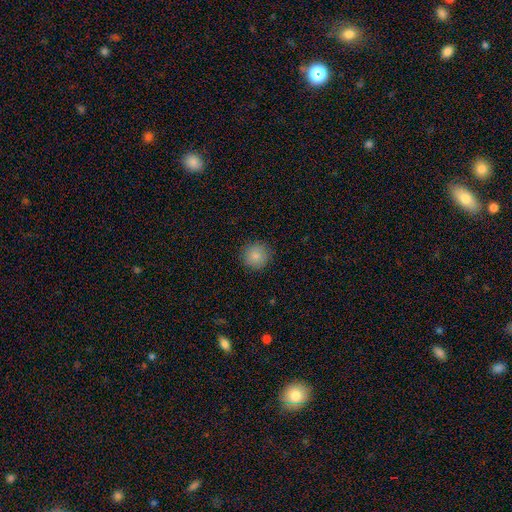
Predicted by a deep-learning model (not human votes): Overall: smooth (86%). How rounded: round (94%). Merging: none (90%).